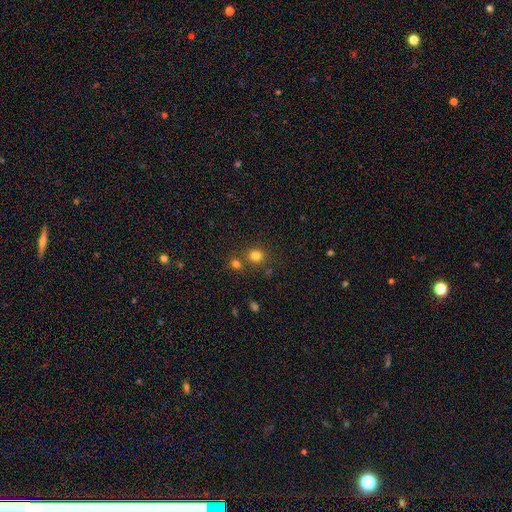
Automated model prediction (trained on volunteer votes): Q: Smooth or featured?
A: smooth (79%); runner-up: star or artifact (15%)
Q: How rounded?
A: round (81%); runner-up: in between (18%)
Q: Merging?
A: none (71%); runner-up: merger (18%)